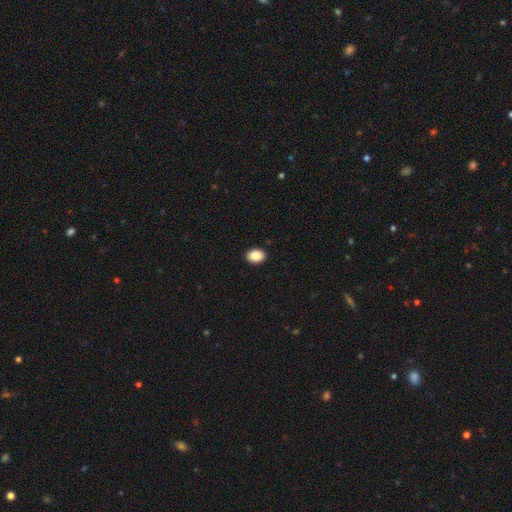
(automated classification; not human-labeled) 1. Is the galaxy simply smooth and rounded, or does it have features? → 88% smooth, 8% star or artifact, 4% featured or disk.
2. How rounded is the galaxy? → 72% in between, 27% round, 1% cigar-shaped.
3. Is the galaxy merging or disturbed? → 91% none, 6% minor disturbance, 2% major disturbance, 1% merger.